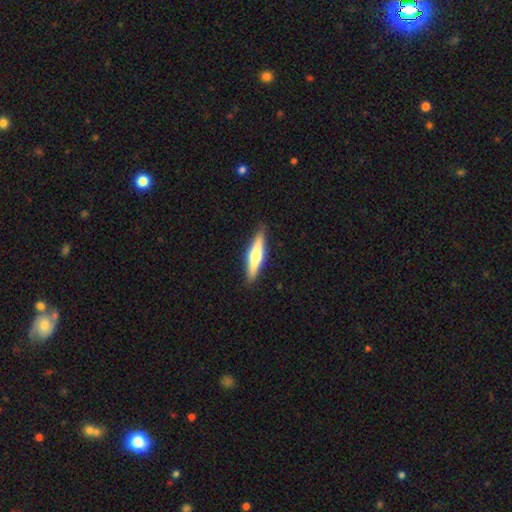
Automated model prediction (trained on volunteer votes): A featured or disk galaxy (54%) viewed edge-on (95%) with a rounded central bulge (91%).

Vote fractions:
- Smooth or featured? featured or disk: 54% / smooth: 41% / star or artifact: 5%
- Edge-on disk? yes: 95% / no: 5%
- Edge-on bulge? rounded: 91% / none: 5% / boxy: 4%
- Merging? none: 90% / minor disturbance: 8% / major disturbance: 2% / merger: 1%